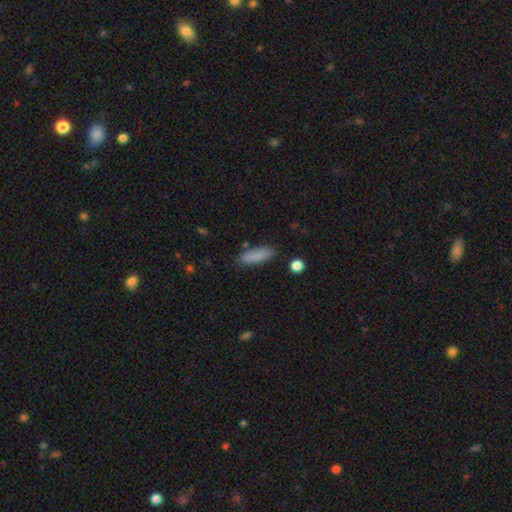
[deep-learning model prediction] Morphology: type=smooth (87%); roundness=in between (50%); merging=none (84%).